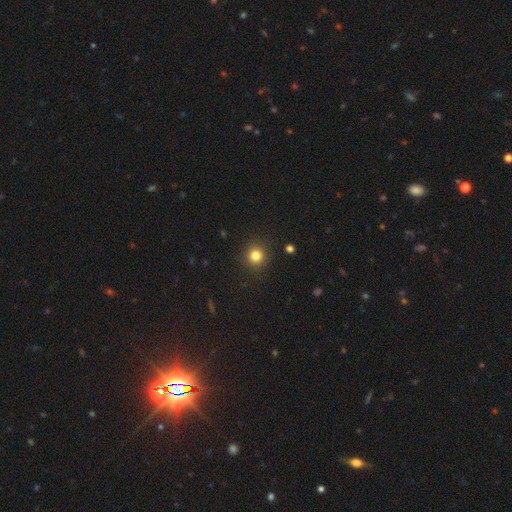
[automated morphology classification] Smooth or featured? smooth (82%)
How rounded? round (92%)
Merging? none (91%)